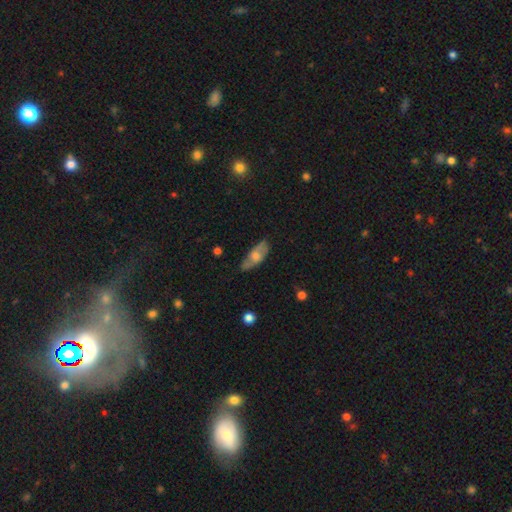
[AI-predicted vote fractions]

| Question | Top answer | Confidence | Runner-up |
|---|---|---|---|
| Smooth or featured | smooth | 51% | featured or disk (42%) |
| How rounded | in between | 76% | cigar-shaped (20%) |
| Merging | none | 64% | minor disturbance (27%) |